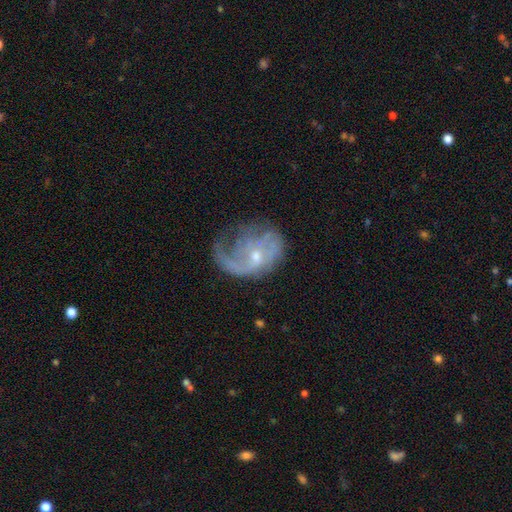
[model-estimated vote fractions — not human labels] A featured or disk galaxy (74%) with no bar (67%), 1 (43%) loose (48%) spiral arms (78%) and a small central bulge (62%). Merging: major disturbance (42%).